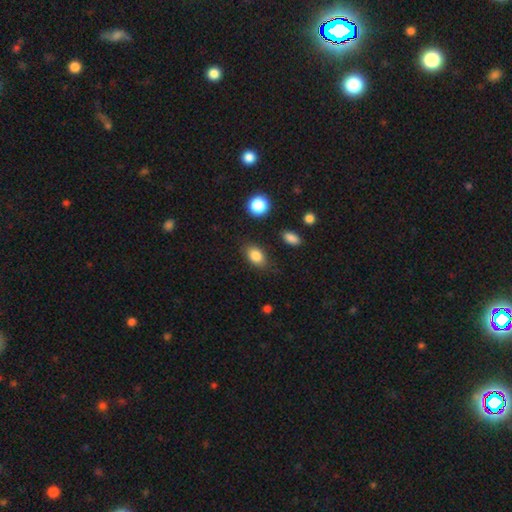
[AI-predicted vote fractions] A smooth galaxy with no disk features (84%) that is in between round and cigar-shaped (82%).

Vote fractions:
- Smooth or featured? smooth: 84% / star or artifact: 9% / featured or disk: 7%
- How rounded? in between: 82% / round: 16% / cigar-shaped: 2%
- Merging? none: 79% / minor disturbance: 14% / major disturbance: 4% / merger: 2%